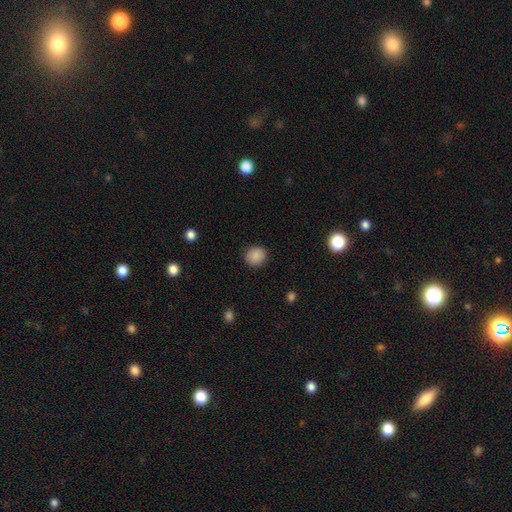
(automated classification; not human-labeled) Q: Smooth or featured?
A: smooth (88%); runner-up: star or artifact (9%)
Q: How rounded?
A: round (83%); runner-up: in between (16%)
Q: Merging?
A: none (89%); runner-up: minor disturbance (7%)